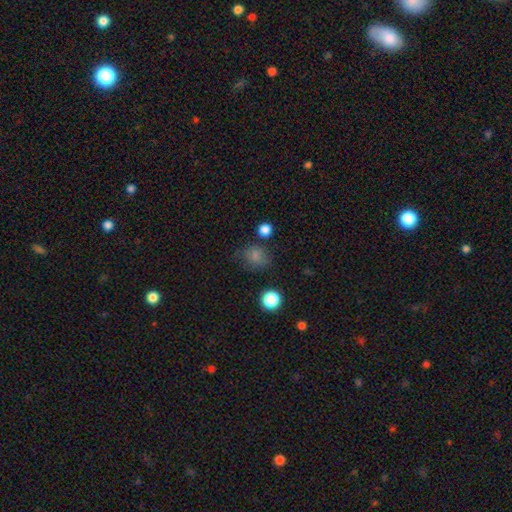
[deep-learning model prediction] This is likely a smooth galaxy (77%). How rounded: likely round (62%). Merging: likely none (67%).